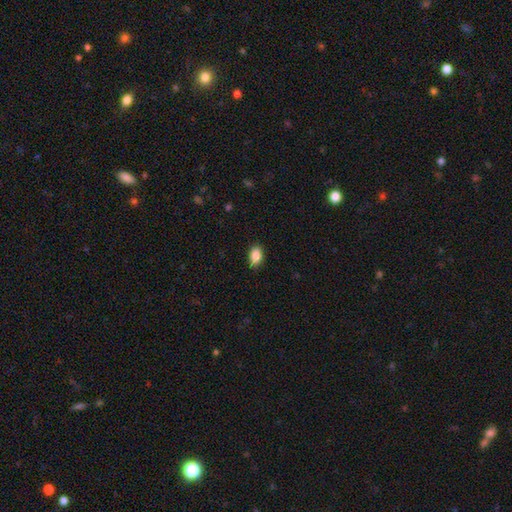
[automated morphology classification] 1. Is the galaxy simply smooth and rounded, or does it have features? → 89% smooth, 7% star or artifact, 4% featured or disk.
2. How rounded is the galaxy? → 90% in between, 8% round, 2% cigar-shaped.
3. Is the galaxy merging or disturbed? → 85% none, 12% minor disturbance, 2% major disturbance, 1% merger.